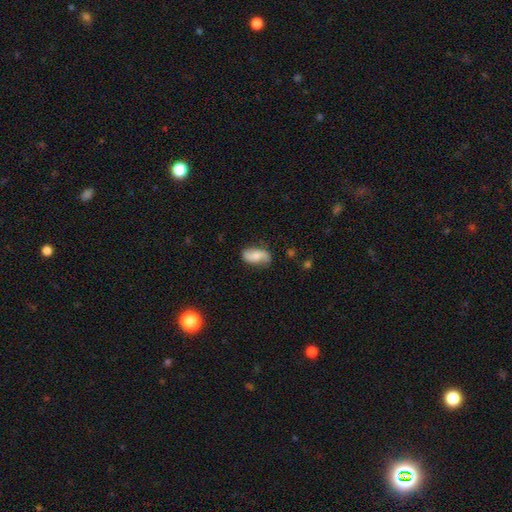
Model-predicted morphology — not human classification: The model was most divided on "smooth or featured": featured or disk: 52%, smooth: 41%, star or artifact: 7%. More confident: edge-on disk — no (95%); merging — none (73%).